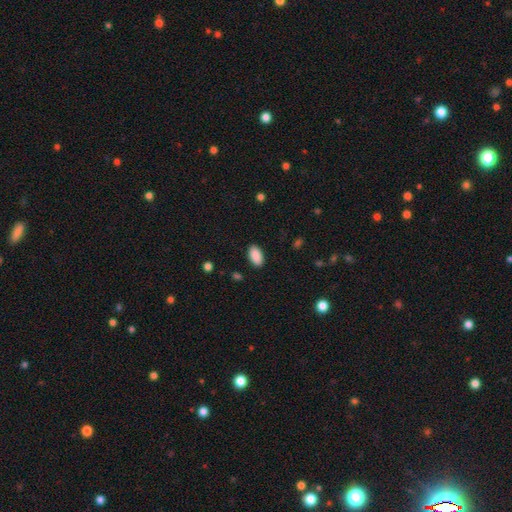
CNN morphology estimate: Smooth or featured: smooth — 90% (star or artifact — 7%)
How rounded: in between — 94% (round — 3%)
Merging: none — 89% (minor disturbance — 8%)